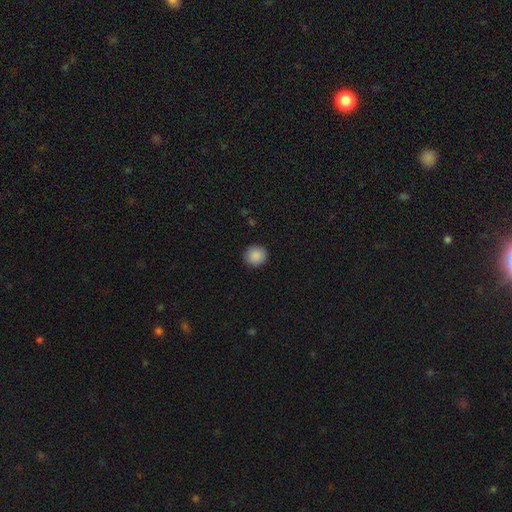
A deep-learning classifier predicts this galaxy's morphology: Q: Smooth or featured?
A: smooth (89%); runner-up: star or artifact (8%)
Q: How rounded?
A: round (92%); runner-up: in between (7%)
Q: Merging?
A: none (91%); runner-up: minor disturbance (6%)